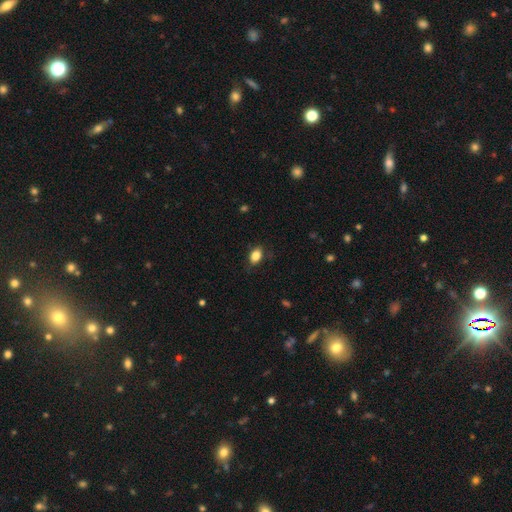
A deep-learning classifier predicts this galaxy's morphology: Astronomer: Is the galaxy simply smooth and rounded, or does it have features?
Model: smooth — 85%.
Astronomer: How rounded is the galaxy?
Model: in between — 82%.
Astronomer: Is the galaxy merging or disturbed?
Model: none — 81%.